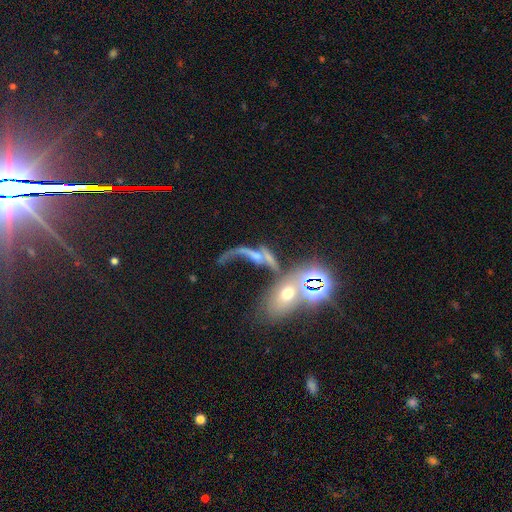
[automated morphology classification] Overall: featured or disk (53%; smooth 26%). Edge-on disk: no (80%). Merging: merger (41%; major disturbance 28%).